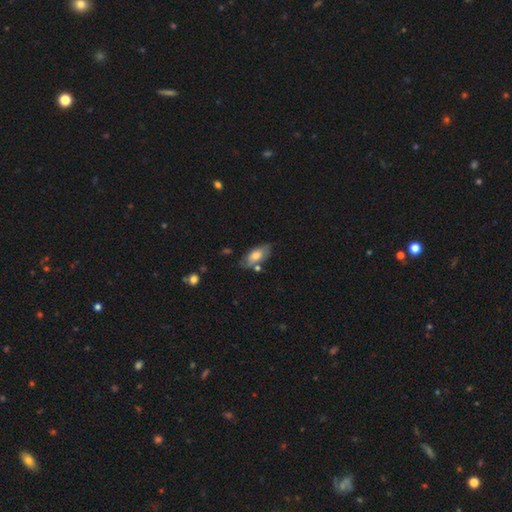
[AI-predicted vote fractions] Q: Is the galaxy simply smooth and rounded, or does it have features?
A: smooth — 71%.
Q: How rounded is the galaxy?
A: in between — 87%.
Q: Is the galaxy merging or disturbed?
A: none — 71%.